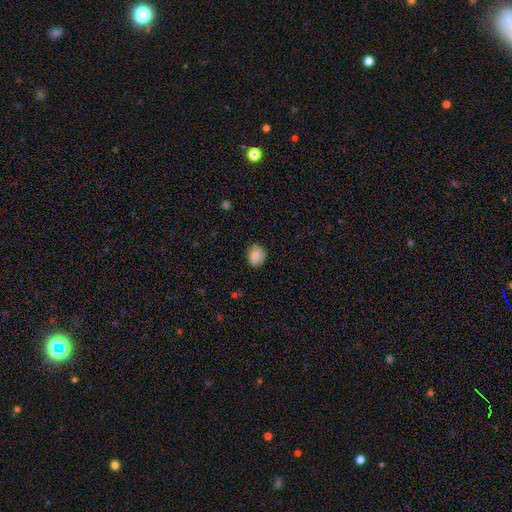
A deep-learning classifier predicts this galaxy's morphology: smooth_or_featured: smooth (p=0.80) [alt: featured or disk p=0.12]
how_rounded: round (p=0.67) [alt: in between p=0.32]
merging: none (p=0.73) [alt: minor disturbance p=0.21]